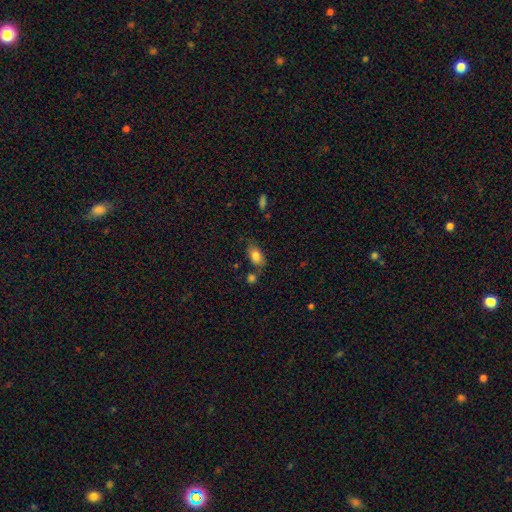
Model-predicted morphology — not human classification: smooth-or-featured: smooth: 82% | featured or disk: 10% | star or artifact: 8%
  how-rounded: in between: 88% | round: 9% | cigar-shaped: 3%
  merging: none: 66% | minor disturbance: 18% | merger: 11% | major disturbance: 5%